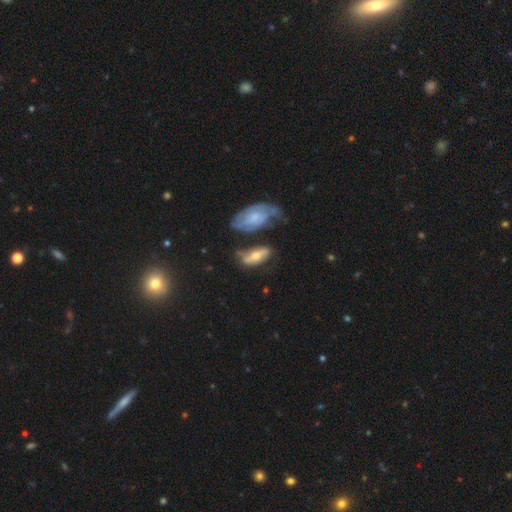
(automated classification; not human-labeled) Smooth or featured? featured or disk (49%)
Merging? none (44%)